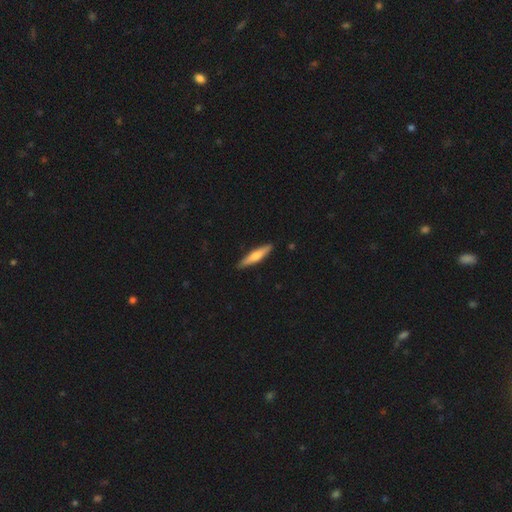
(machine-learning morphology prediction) smooth 56%, featured or disk 39%, star or artifact 5%. Down the decision tree: how rounded — cigar-shaped (87%); merging — none (90%).